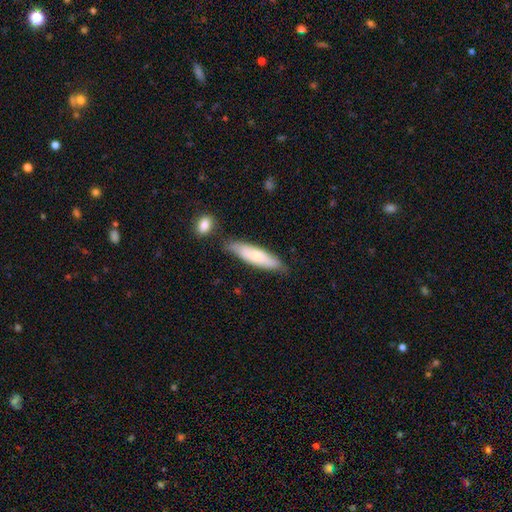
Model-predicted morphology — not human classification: This appears to be a smooth galaxy with no disk features (64%) that is cigar-shaped (66%). Merging: none (70%).